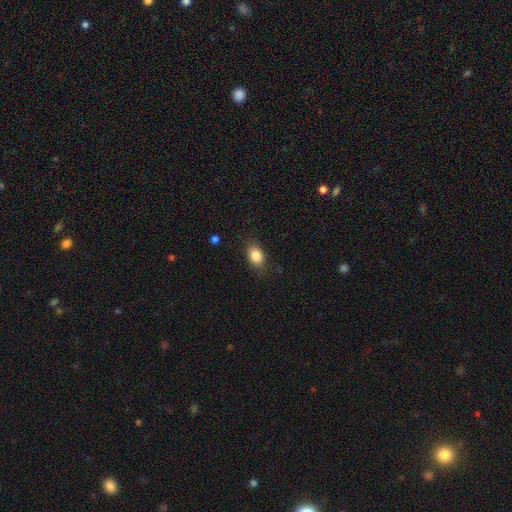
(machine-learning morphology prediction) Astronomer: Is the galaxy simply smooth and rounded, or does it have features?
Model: smooth — 85%.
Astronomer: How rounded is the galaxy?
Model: in between — 80%.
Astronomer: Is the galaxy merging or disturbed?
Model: none — 82%.